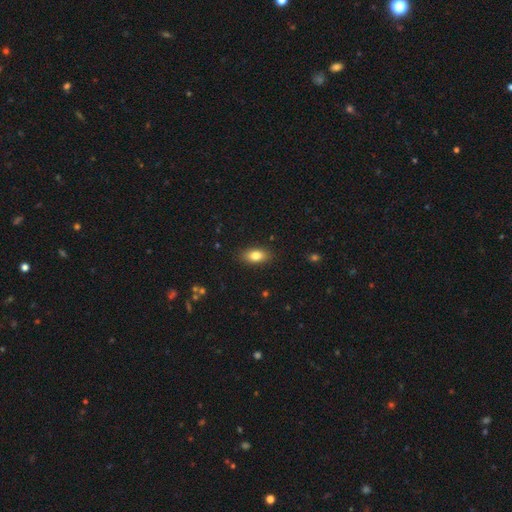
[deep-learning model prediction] Q: Smooth or featured?
A: smooth (82%); runner-up: featured or disk (10%)
Q: How rounded?
A: in between (86%); runner-up: round (7%)
Q: Merging?
A: none (87%); runner-up: minor disturbance (10%)